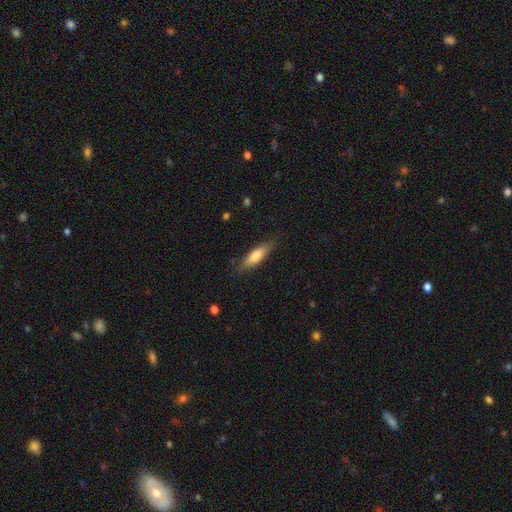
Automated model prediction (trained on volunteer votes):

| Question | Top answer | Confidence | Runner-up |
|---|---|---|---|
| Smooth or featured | smooth | 74% | featured or disk (20%) |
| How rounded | cigar-shaped | 62% | in between (36%) |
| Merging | none | 82% | minor disturbance (14%) |